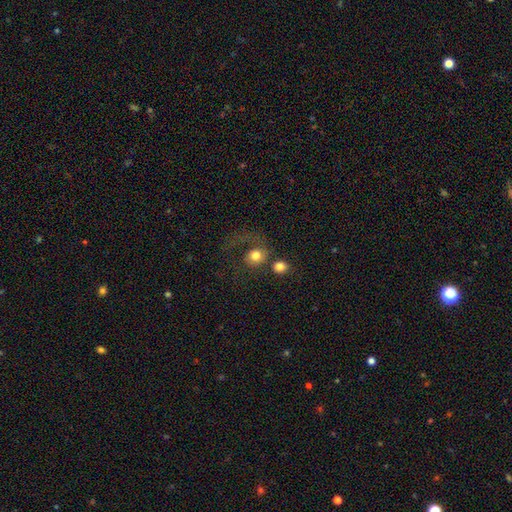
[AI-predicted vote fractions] Q: Smooth or featured?
A: smooth (73%); runner-up: featured or disk (17%)
Q: How rounded?
A: round (77%); runner-up: in between (22%)
Q: Merging?
A: none (37%); runner-up: merger (28%)